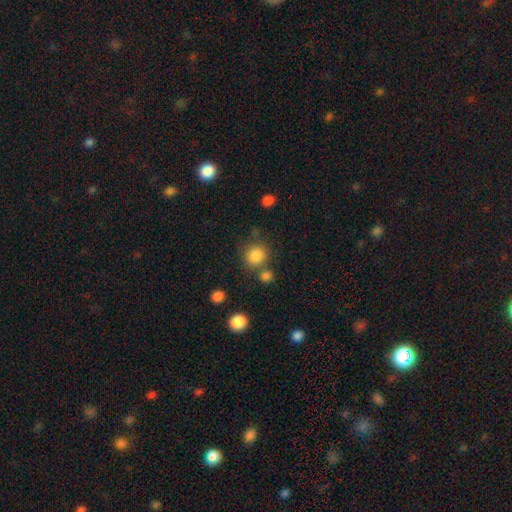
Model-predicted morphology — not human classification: This appears to be a smooth galaxy with no disk features (84%) that is round (88%). Merging: none (70%).